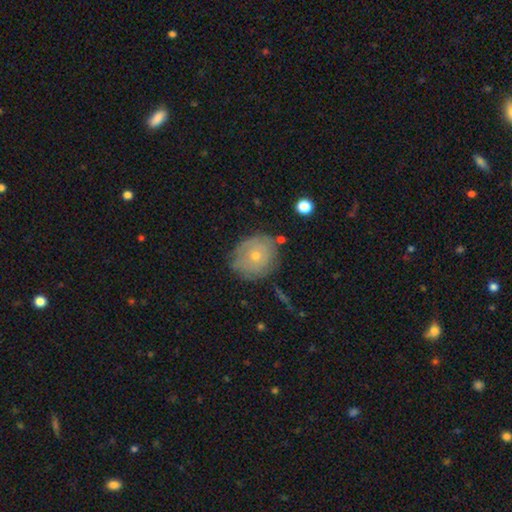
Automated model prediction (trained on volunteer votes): smooth 48%, featured or disk 42%, star or artifact 10%. Down the decision tree: merging — none (75%).